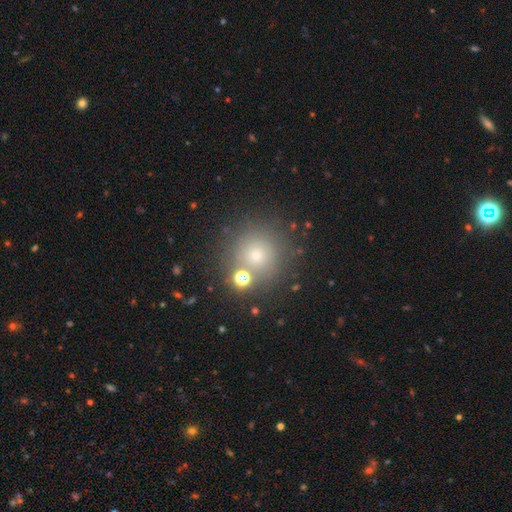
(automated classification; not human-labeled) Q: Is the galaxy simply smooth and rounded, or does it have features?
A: smooth — 65%.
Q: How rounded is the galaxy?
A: round — 94%.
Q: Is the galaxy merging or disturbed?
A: none — 78%.